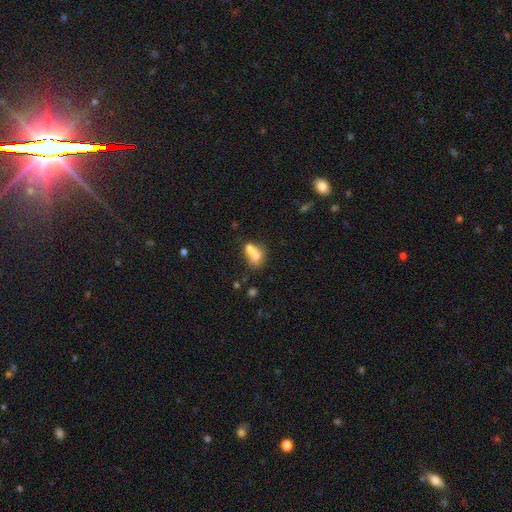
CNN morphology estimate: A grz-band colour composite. It shows a smooth galaxy with no disk features (65%) that is in between round and cigar-shaped (67%). Merging: merger (52%).